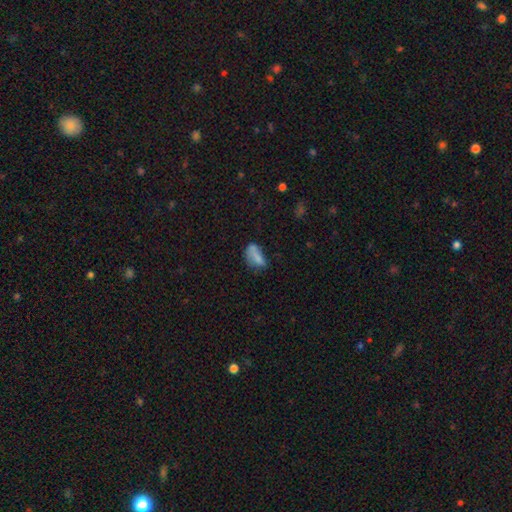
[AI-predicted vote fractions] Overall: smooth (70%). How rounded: in between (85%). Merging: none (34%; minor disturbance 30%).